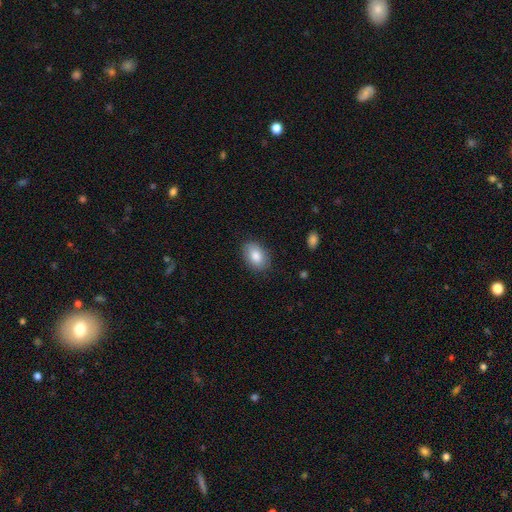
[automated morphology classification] A smooth galaxy with no disk features (84%) that is in between round and cigar-shaped (87%).

Vote fractions:
- Smooth or featured? smooth: 84% / featured or disk: 9% / star or artifact: 7%
- How rounded? in between: 87% / round: 12% / cigar-shaped: 1%
- Merging? none: 85% / minor disturbance: 11% / major disturbance: 3% / merger: 1%